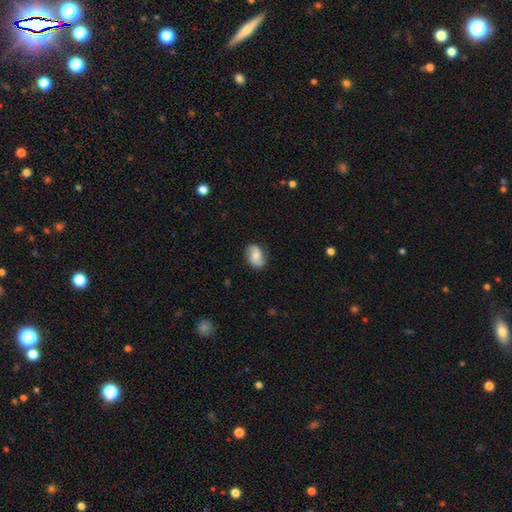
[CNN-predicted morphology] Smooth or featured: featured or disk — 53% (smooth — 39%)
Edge-on disk: no — 97% (yes — 3%)
Bar: no — 59% (weak — 33%)
Spiral arms: yes — 91% (no — 9%)
Bulge size: moderate — 49% (small — 32%)
Merging: none — 77% (minor disturbance — 17%)